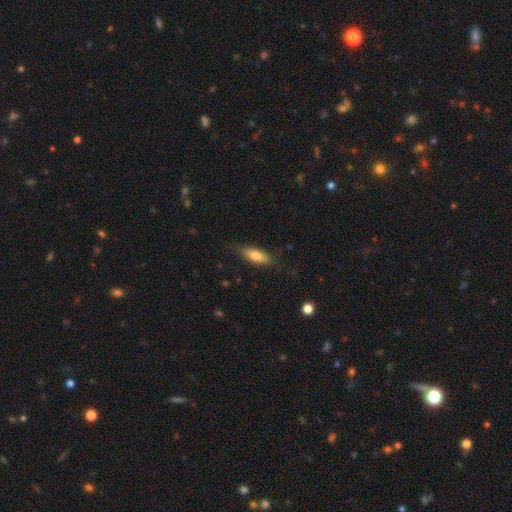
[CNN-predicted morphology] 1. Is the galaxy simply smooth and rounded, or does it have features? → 71% smooth, 22% featured or disk, 7% star or artifact.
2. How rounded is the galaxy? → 59% in between, 39% cigar-shaped, 3% round.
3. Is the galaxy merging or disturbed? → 79% none, 16% minor disturbance, 4% major disturbance, 1% merger.